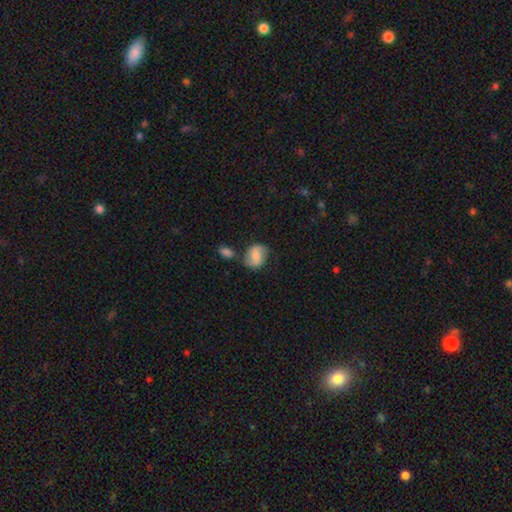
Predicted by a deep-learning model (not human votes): smooth_or_featured: smooth (p=0.53) [alt: featured or disk p=0.39]
how_rounded: round (p=0.51) [alt: in between p=0.48]
merging: none (p=0.57) [alt: minor disturbance p=0.21]